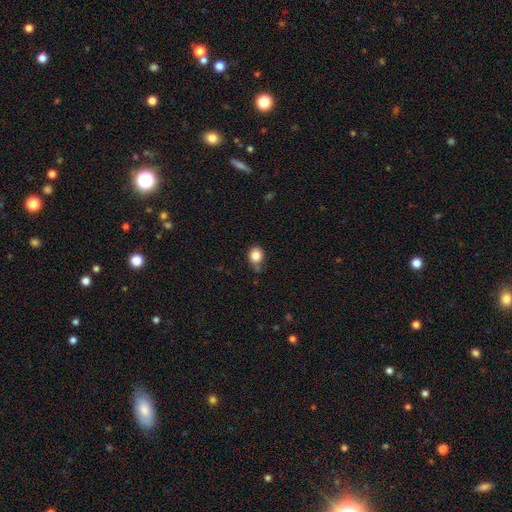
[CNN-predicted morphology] This is clearly a smooth galaxy (85%). How rounded: likely round (70%). Merging: likely none (62%).